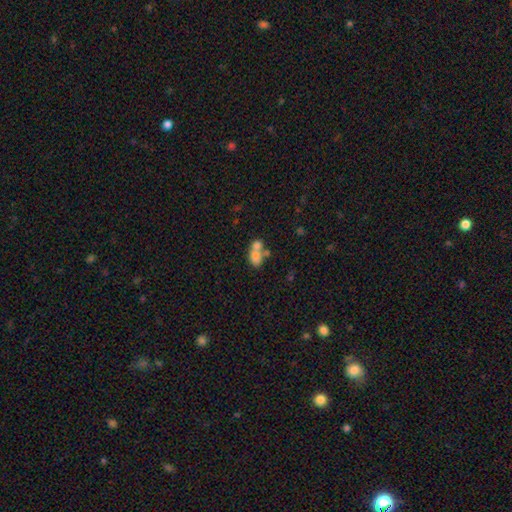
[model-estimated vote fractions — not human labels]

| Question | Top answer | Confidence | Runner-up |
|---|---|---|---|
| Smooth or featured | smooth | 71% | featured or disk (18%) |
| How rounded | in between | 73% | round (25%) |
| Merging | merger | 63% | none (24%) |